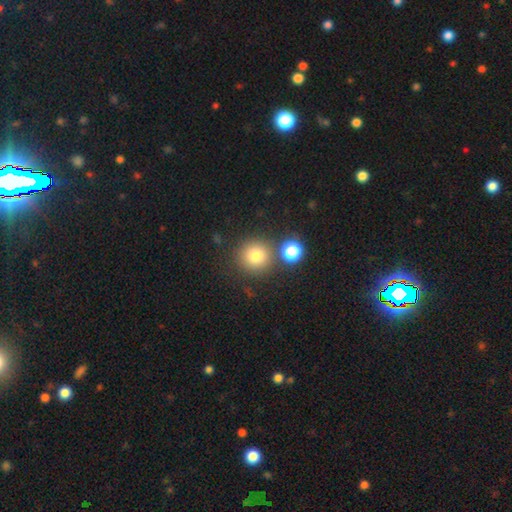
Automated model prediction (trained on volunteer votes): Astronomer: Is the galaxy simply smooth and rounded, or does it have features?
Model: smooth — 78%.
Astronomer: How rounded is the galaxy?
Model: round — 93%.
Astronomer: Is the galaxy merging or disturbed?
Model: none — 75%.